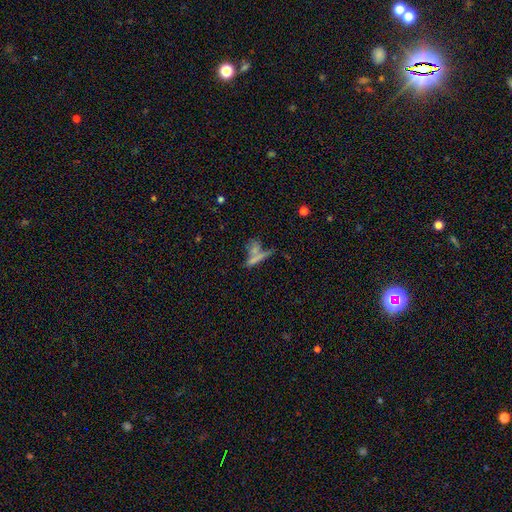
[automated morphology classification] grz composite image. It shows a smooth galaxy with no disk features (60%) that is cigar-shaped (70%). Merging: none (46%).